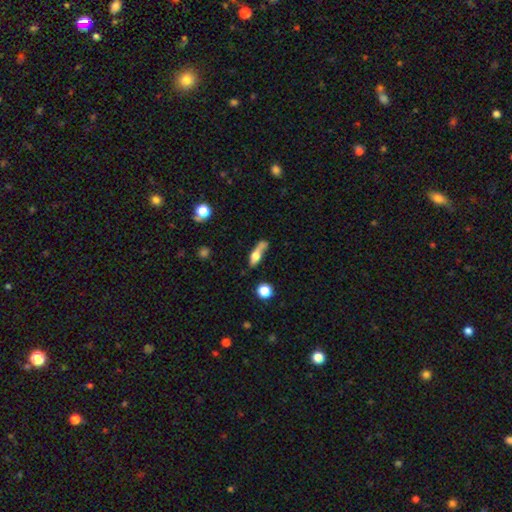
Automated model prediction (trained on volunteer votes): Smooth or featured? Predicted: smooth (p=0.59). How rounded? Predicted: in between (p=0.46, tied with cigar-shaped). Merging? Predicted: none (p=0.38).